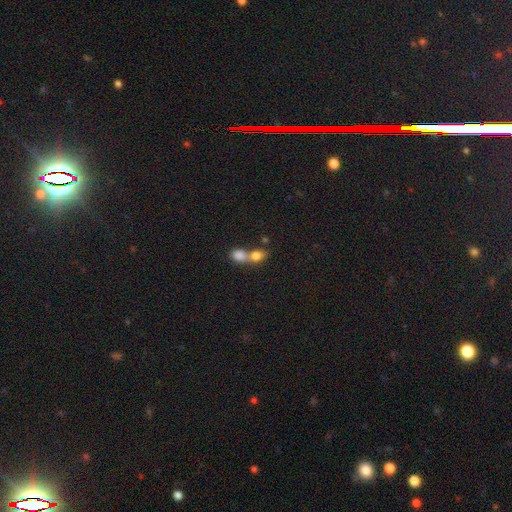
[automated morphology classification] Overall: smooth (80%). How rounded: in between (59%; round 38%). Merging: merger (71%).